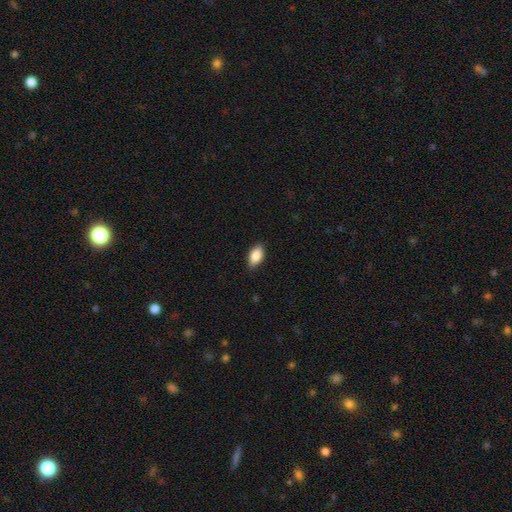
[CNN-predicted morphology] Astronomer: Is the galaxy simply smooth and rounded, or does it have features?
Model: smooth — 87%.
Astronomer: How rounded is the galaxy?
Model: in between — 92%.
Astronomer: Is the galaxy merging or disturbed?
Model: none — 88%.